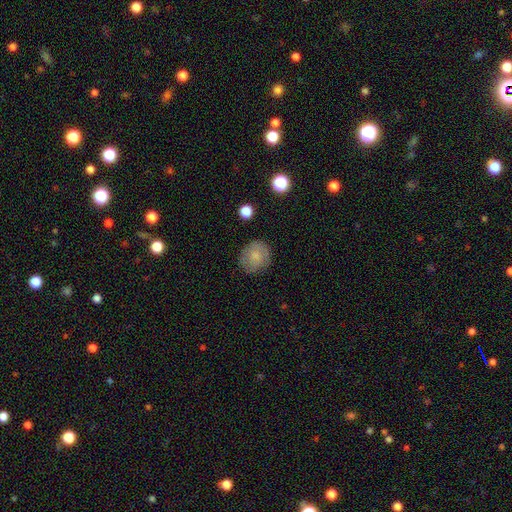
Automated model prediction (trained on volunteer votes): This appears to be a smooth galaxy with no disk features (67%) that is round (78%). Merging: none (75%).